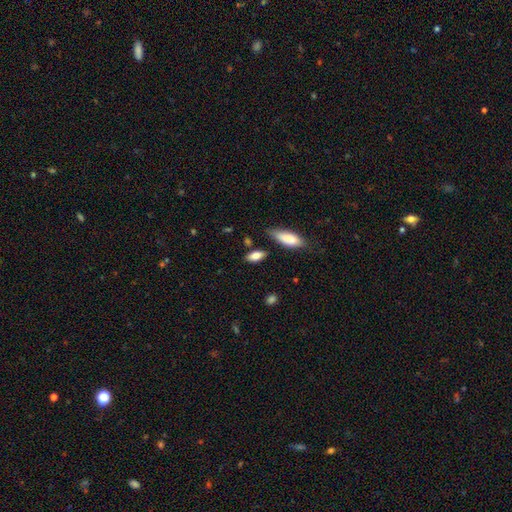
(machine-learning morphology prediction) smooth 80%, featured or disk 13%, star or artifact 7%. Down the decision tree: how rounded — in between (80%); merging — none (76%).